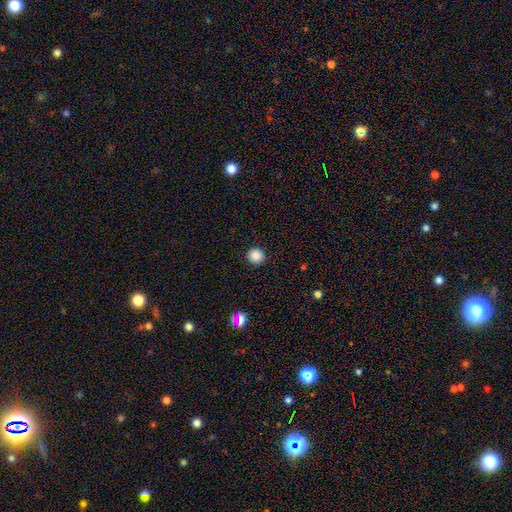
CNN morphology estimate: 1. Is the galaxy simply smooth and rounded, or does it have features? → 85% smooth, 11% star or artifact, 4% featured or disk.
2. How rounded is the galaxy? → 95% round, 4% in between, 1% cigar-shaped.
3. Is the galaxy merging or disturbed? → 92% none, 5% minor disturbance, 2% major disturbance, 1% merger.